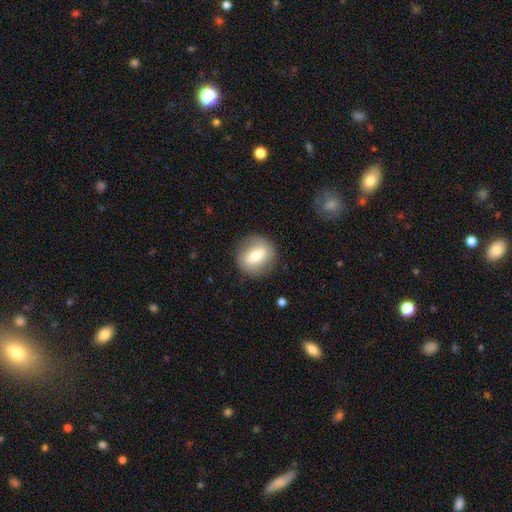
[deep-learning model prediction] Smooth or featured? Predicted: smooth (p=0.58). How rounded? Predicted: round (p=0.68). Merging? Predicted: none (p=0.84).